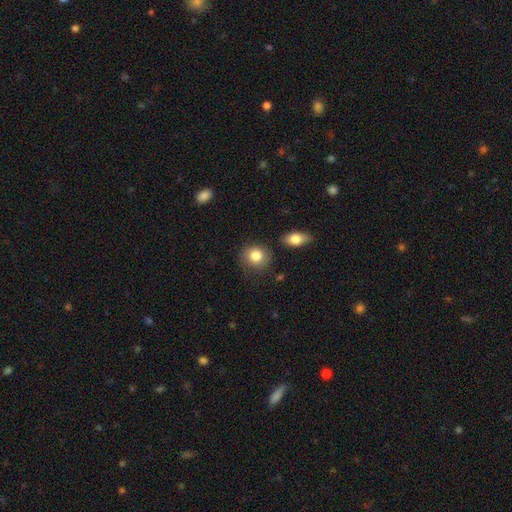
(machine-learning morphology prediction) Smooth or featured: smooth — 84% (featured or disk — 9%)
How rounded: round — 81% (in between — 18%)
Merging: none — 79% (minor disturbance — 13%)